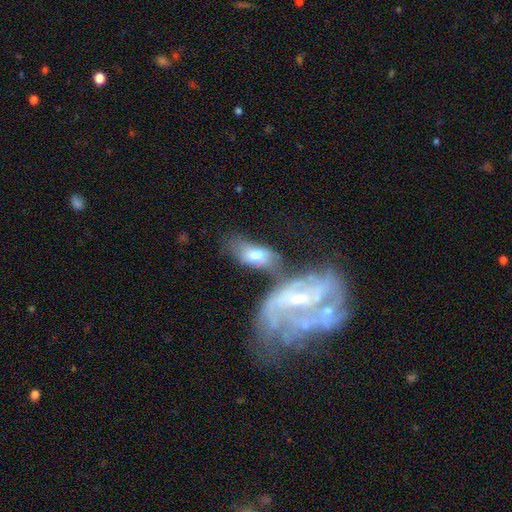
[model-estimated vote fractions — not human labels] A smooth galaxy with no disk features (57%) that is in between round and cigar-shaped (87%). Merging: merger (45%).